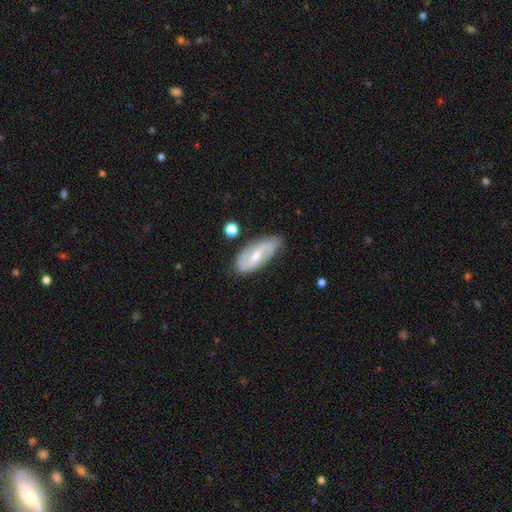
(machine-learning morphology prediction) smooth_or_featured: featured or disk (p=0.69) [alt: smooth p=0.25]
disk_edge_on: no (p=0.91) [alt: yes p=0.09]
bar: weak (p=0.48) [alt: strong p=0.28]
has_spiral_arms: yes (p=0.85) [alt: no p=0.15]
spiral_winding: loose (p=0.44) [alt: medium p=0.37]
spiral_arm_count: 2 (p=0.81) [alt: can't tell p=0.10]
bulge_size: small (p=0.50) [alt: moderate p=0.45]
merging: none (p=0.74) [alt: minor disturbance p=0.19]